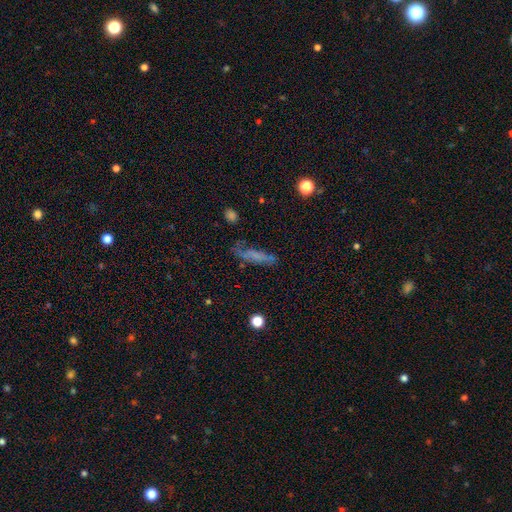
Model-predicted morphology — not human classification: type=smooth (50%); roundness=cigar-shaped (65%); merging=none (51%).